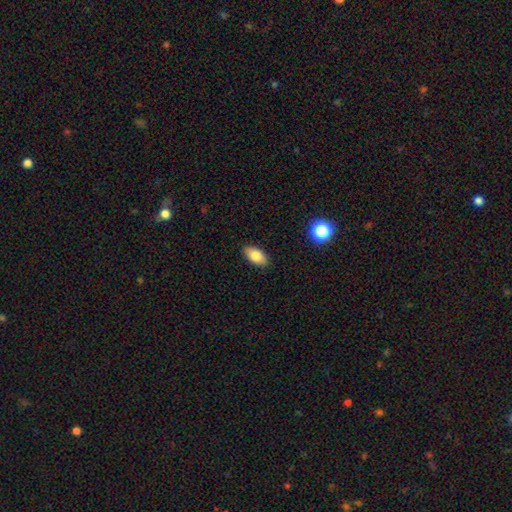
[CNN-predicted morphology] The model was most divided on "smooth or featured": smooth: 82%, featured or disk: 10%, star or artifact: 8%. More confident: how rounded — in between (91%); merging — none (89%).